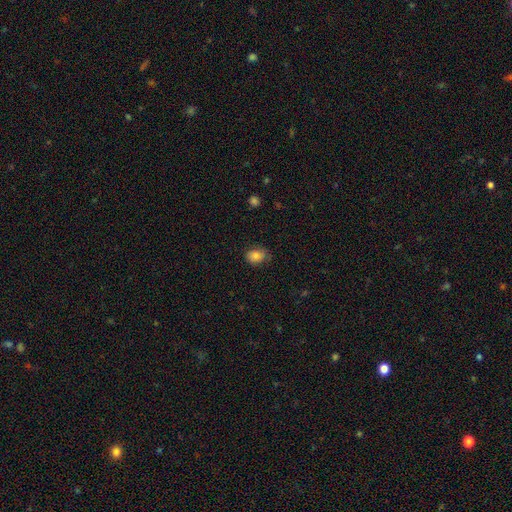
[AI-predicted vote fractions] A smooth galaxy with no disk features (82%) that is in between round and cigar-shaped (64%). Merging: none (71%).